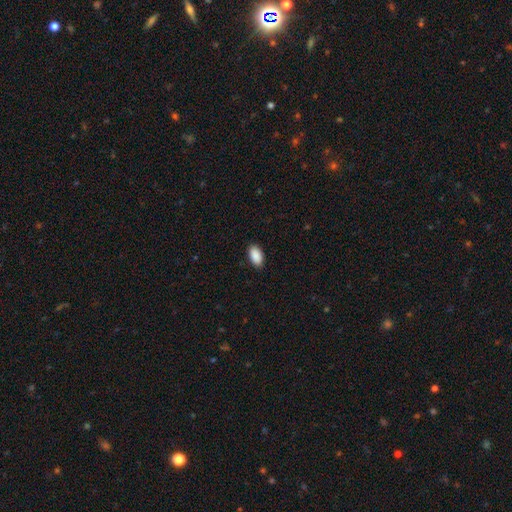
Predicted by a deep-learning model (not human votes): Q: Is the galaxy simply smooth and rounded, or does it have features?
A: smooth — 91%.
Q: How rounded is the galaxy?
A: in between — 94%.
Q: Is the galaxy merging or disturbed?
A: none — 89%.